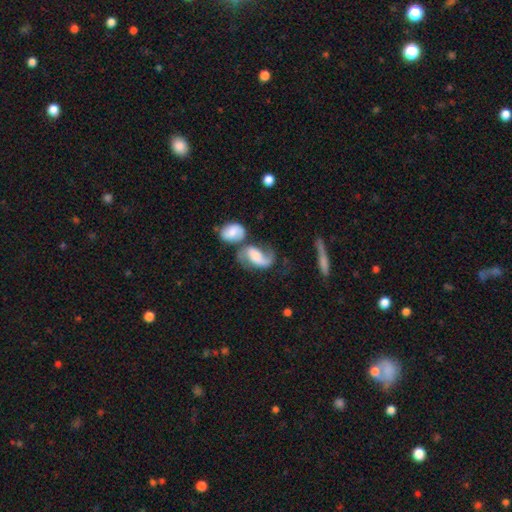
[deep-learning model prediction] A featured or disk galaxy (68%) with no bar (44%), 2 (79%) loose (57%) spiral arms (91%) and a moderate central bulge (33%). Merging: merger (42%).